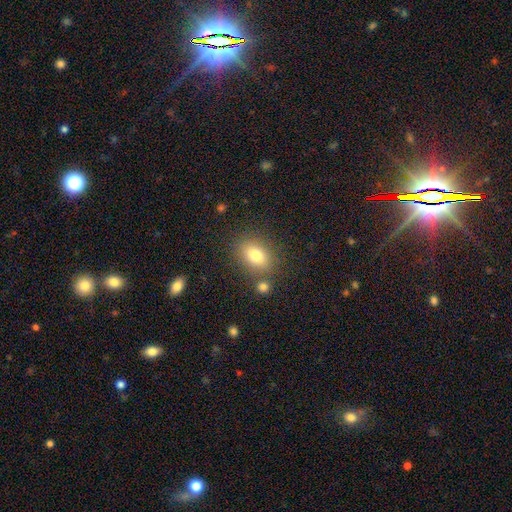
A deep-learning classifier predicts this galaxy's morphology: Smooth or featured? Predicted: smooth (p=0.78). How rounded? Predicted: in between (p=0.71). Merging? Predicted: none (p=0.75).